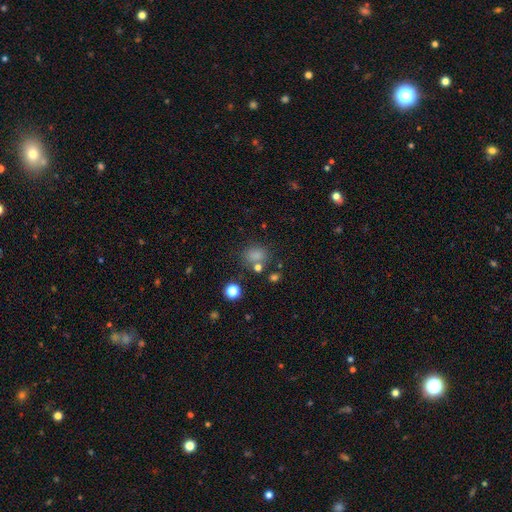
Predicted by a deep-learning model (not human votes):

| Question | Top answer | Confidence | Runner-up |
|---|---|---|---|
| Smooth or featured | smooth | 75% | star or artifact (18%) |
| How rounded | round | 57% | in between (42%) |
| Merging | none | 67% | minor disturbance (15%) |